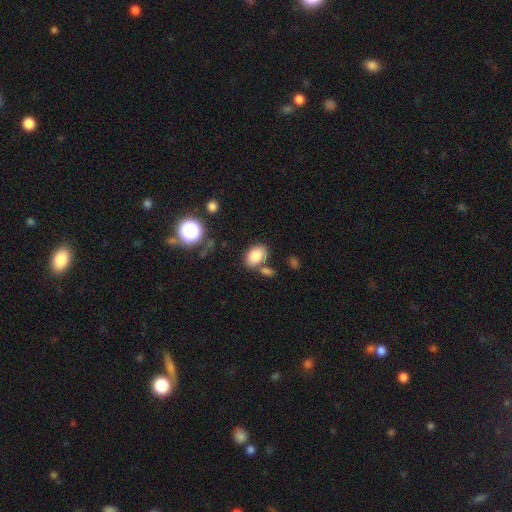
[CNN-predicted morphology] Smooth or featured? Predicted: smooth (p=0.84). How rounded? Predicted: in between (p=0.84). Merging? Predicted: none (p=0.67).